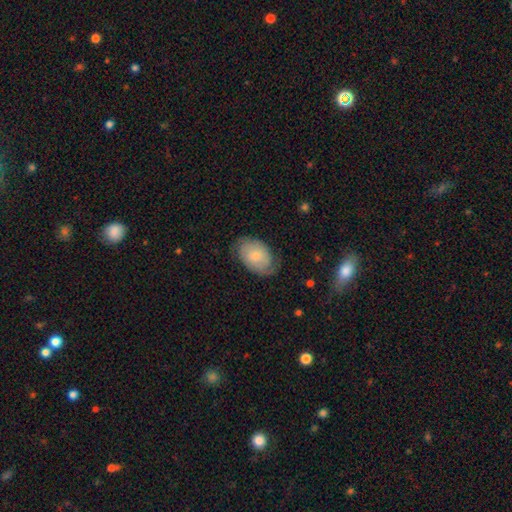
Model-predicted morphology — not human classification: Q: Smooth or featured?
A: smooth (52%); runner-up: featured or disk (41%)
Q: How rounded?
A: in between (85%); runner-up: round (14%)
Q: Merging?
A: none (71%); runner-up: minor disturbance (21%)